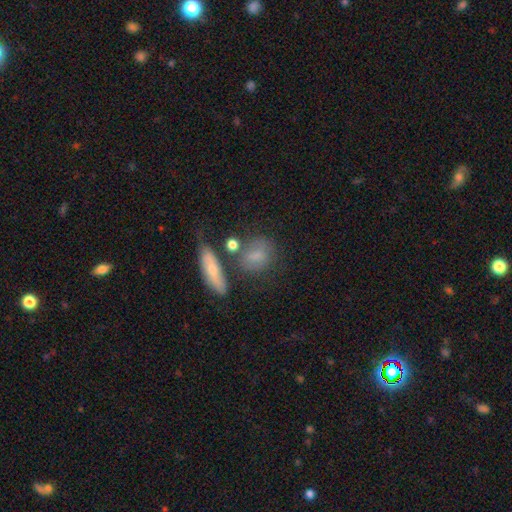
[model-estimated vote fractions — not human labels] smooth 70%, featured or disk 20%, star or artifact 10%. Down the decision tree: how rounded — in between (46%); merging — none (57%).